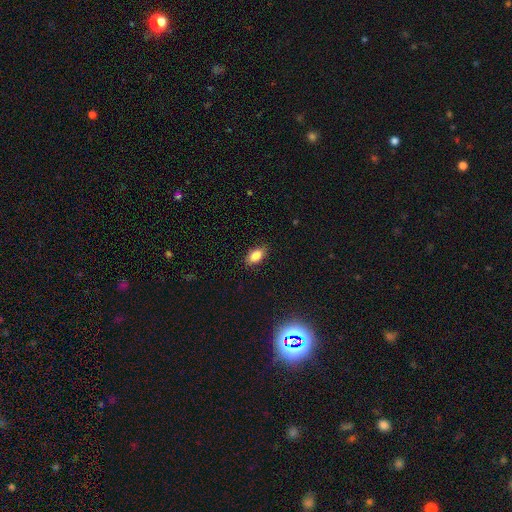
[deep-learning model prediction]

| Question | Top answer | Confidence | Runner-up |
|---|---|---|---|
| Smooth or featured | smooth | 84% | star or artifact (8%) |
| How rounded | in between | 90% | round (5%) |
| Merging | none | 86% | minor disturbance (11%) |